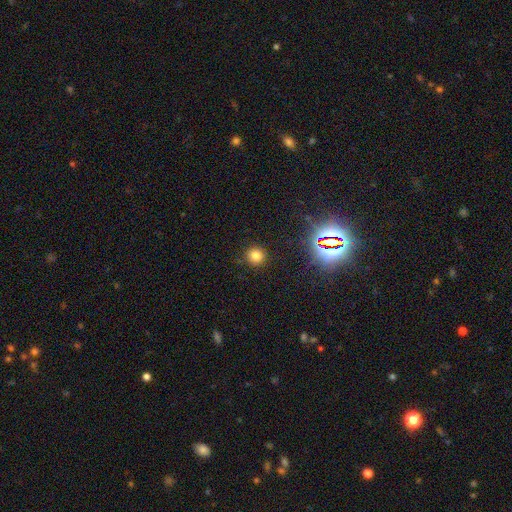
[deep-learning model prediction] Smooth or featured? smooth (76%)
How rounded? round (92%)
Merging? none (89%)